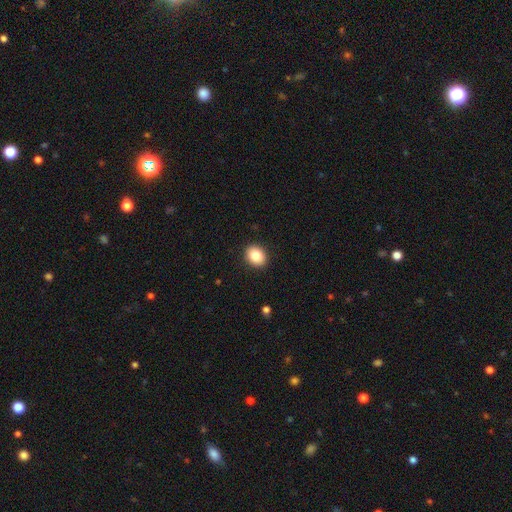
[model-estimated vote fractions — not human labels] smooth_or_featured: smooth (p=0.85) [alt: star or artifact p=0.09]
how_rounded: round (p=0.53) [alt: in between p=0.46]
merging: none (p=0.91) [alt: minor disturbance p=0.06]